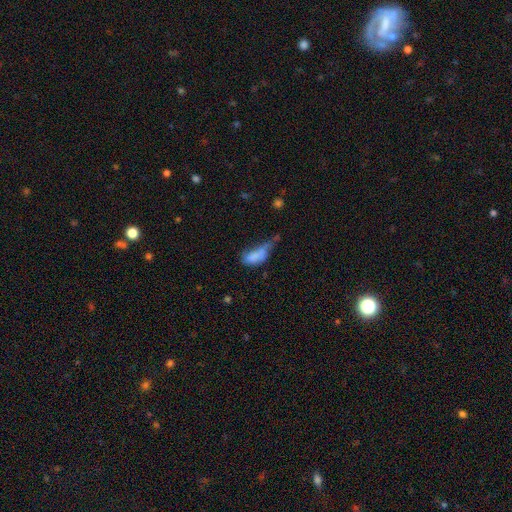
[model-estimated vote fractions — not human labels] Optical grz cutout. It shows a smooth galaxy with no disk features (70%) that is in between round and cigar-shaped (86%). Merging: major disturbance (45%).